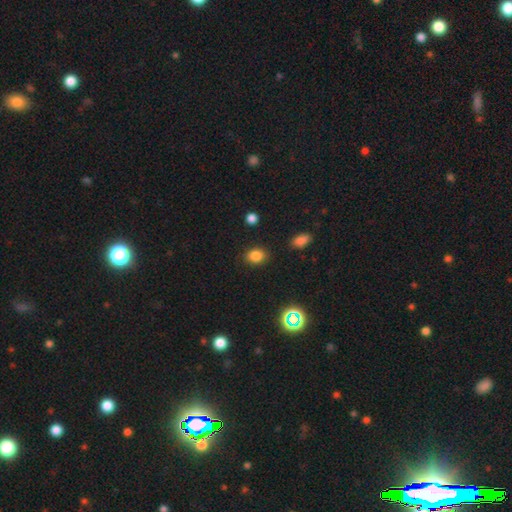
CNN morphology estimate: smooth 81%, star or artifact 14%, featured or disk 5%. Down the decision tree: how rounded — in between (59%); merging — none (86%).